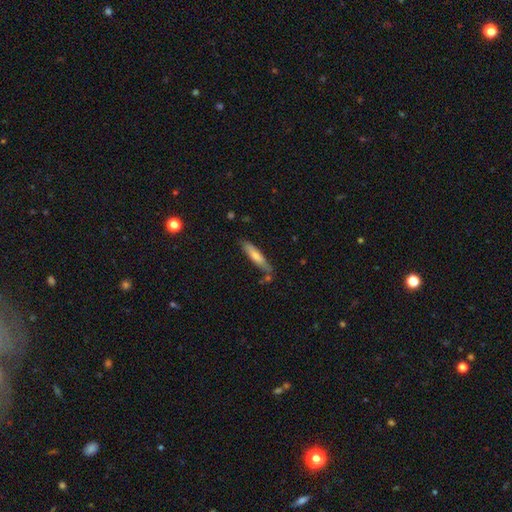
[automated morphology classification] smooth-or-featured: smooth: 69% | featured or disk: 25% | star or artifact: 6%
  how-rounded: cigar-shaped: 83% | in between: 16% | round: 1%
  merging: none: 72% | minor disturbance: 19% | merger: 6% | major disturbance: 4%